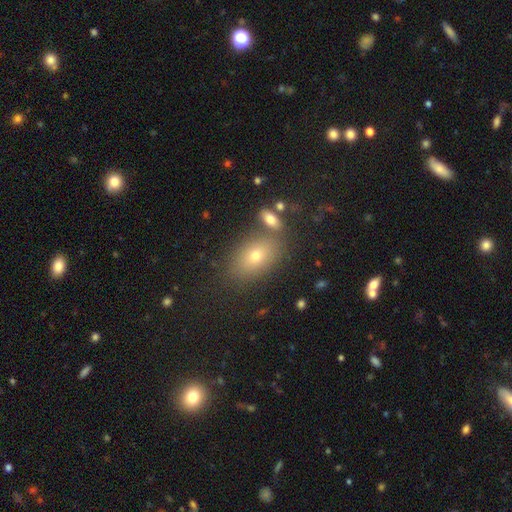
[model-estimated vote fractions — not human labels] A smooth galaxy with no disk features (69%) that is in between round and cigar-shaped (84%).

Vote fractions:
- Smooth or featured? smooth: 69% / featured or disk: 18% / star or artifact: 13%
- How rounded? in between: 84% / round: 14% / cigar-shaped: 3%
- Merging? none: 71% / merger: 14% / minor disturbance: 11% / major disturbance: 4%